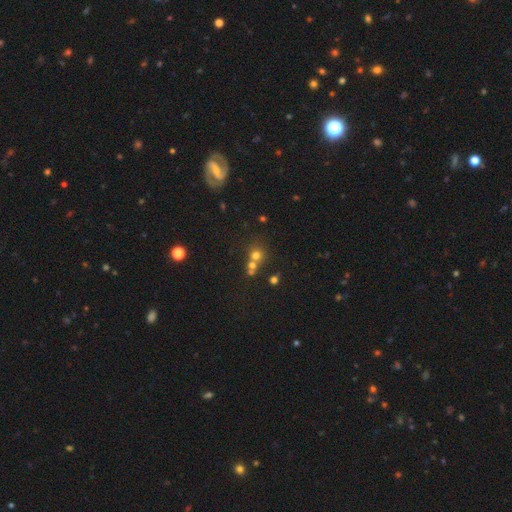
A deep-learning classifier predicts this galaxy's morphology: smooth 64%, star or artifact 21%, featured or disk 14%. Down the decision tree: how rounded — round (84%); merging — none (45%).